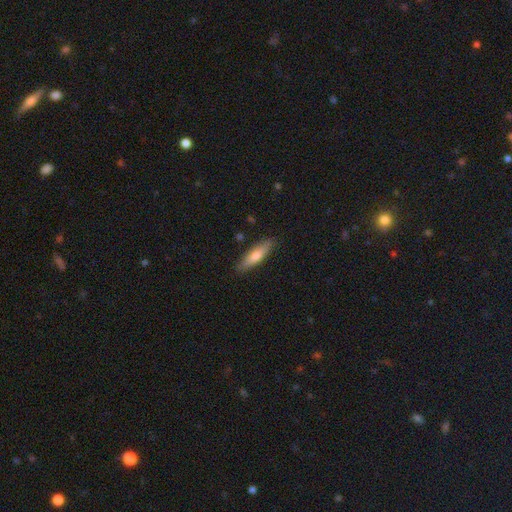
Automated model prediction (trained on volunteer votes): smooth-or-featured: smooth: 67% | featured or disk: 27% | star or artifact: 6%
  how-rounded: cigar-shaped: 72% | in between: 27% | round: 2%
  merging: none: 86% | minor disturbance: 10% | major disturbance: 2% | merger: 1%